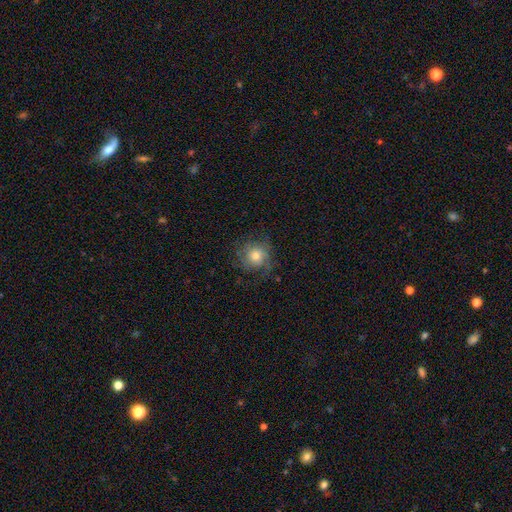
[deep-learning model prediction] Smooth or featured?
  - smooth: 48% *
  - featured or disk: 42%
  - star or artifact: 10%
Merging?
  - none: 67% *
  - minor disturbance: 19%
  - major disturbance: 13%
  - merger: 1%